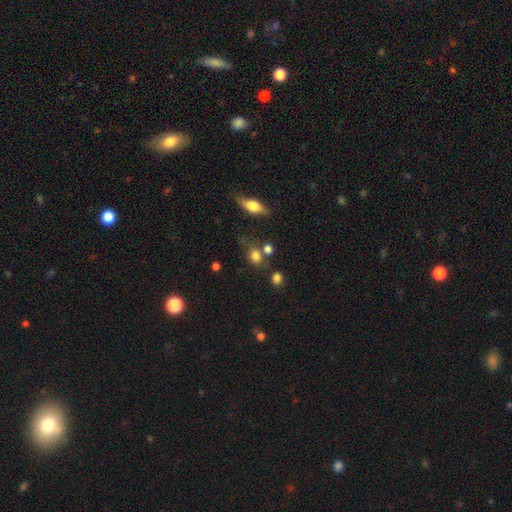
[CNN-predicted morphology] The model was most divided on "how rounded": round: 54%, in between: 43%, cigar-shaped: 3%. More confident: smooth or featured — smooth (76%); merging — none (59%).